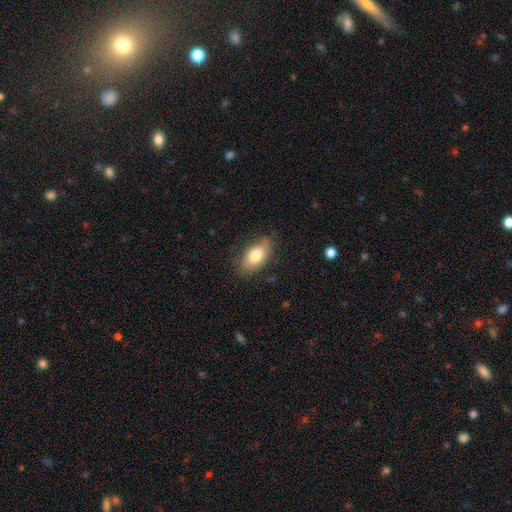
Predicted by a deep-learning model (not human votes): Q: Smooth or featured?
A: smooth (78%); runner-up: featured or disk (15%)
Q: How rounded?
A: in between (90%); runner-up: cigar-shaped (6%)
Q: Merging?
A: none (79%); runner-up: minor disturbance (16%)